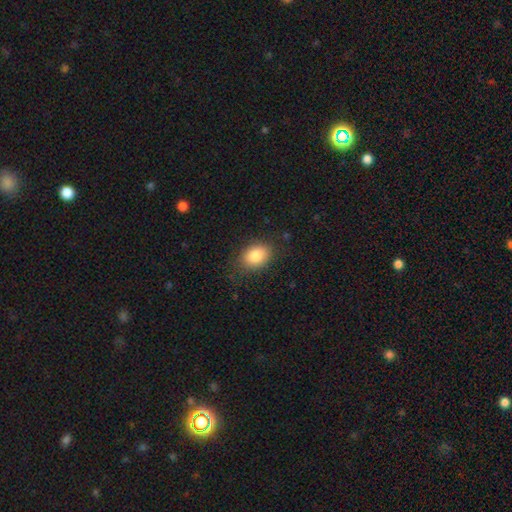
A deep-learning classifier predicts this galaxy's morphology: type=smooth (86%); roundness=in between (75%); merging=none (81%).